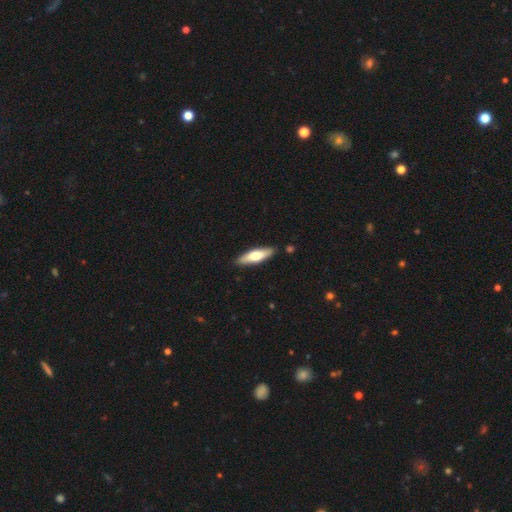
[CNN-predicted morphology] smooth-or-featured: smooth: 58% | featured or disk: 37% | star or artifact: 5%
  how-rounded: cigar-shaped: 61% | in between: 38% | round: 2%
  merging: none: 86% | minor disturbance: 10% | merger: 2% | major disturbance: 2%